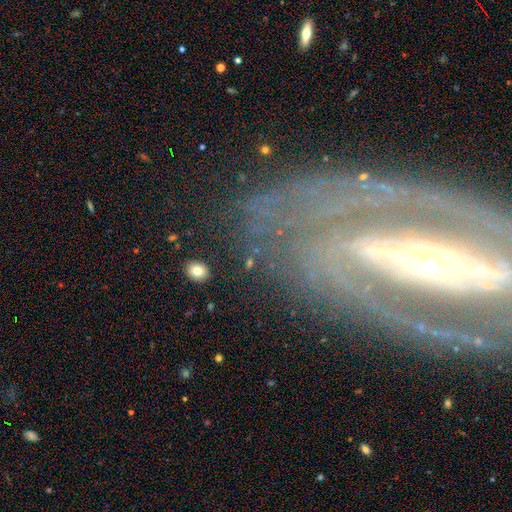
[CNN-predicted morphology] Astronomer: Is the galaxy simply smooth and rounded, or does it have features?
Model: featured or disk — 88%.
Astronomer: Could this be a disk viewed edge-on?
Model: no — 90%.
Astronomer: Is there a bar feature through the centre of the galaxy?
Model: strong — 66%.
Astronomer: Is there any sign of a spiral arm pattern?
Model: yes — 91%.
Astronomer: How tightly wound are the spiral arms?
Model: tight — 55% (runner-up: medium, 34%).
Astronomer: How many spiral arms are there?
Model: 2 — 74%.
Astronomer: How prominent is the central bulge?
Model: small — 51% (runner-up: moderate, 39%).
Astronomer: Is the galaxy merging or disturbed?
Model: none — 79%.